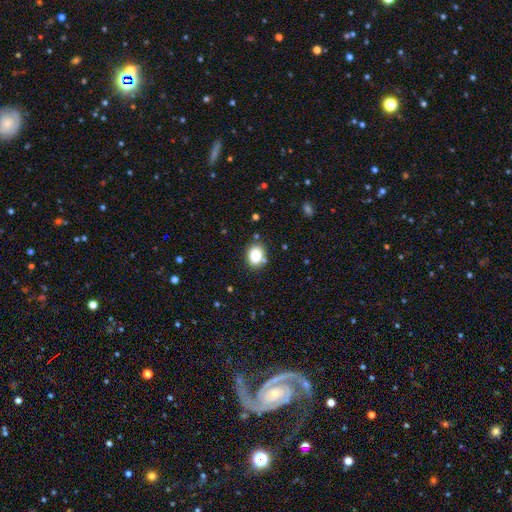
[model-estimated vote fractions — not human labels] smooth-or-featured: smooth: 84% | star or artifact: 10% | featured or disk: 7%
  how-rounded: in between: 53% | round: 46% | cigar-shaped: 1%
  merging: none: 82% | minor disturbance: 11% | merger: 4% | major disturbance: 3%